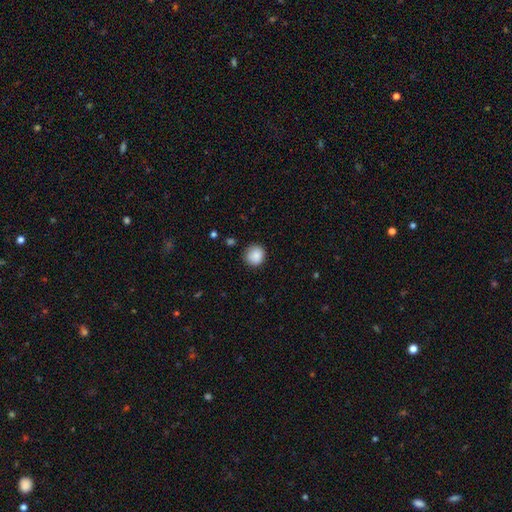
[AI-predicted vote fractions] Smooth or featured? Predicted: smooth (p=0.88). How rounded? Predicted: round (p=0.90). Merging? Predicted: none (p=0.85).